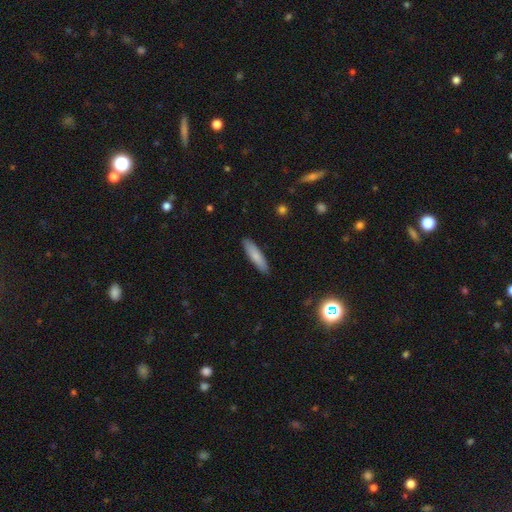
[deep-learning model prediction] smooth 80%, featured or disk 14%, star or artifact 6%. Down the decision tree: how rounded — cigar-shaped (75%); merging — none (89%).